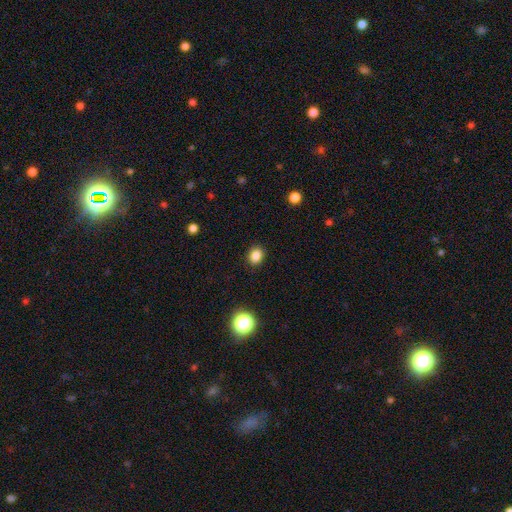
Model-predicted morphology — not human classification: Smooth or featured?
  - smooth: 85% *
  - star or artifact: 12%
  - featured or disk: 4%
How rounded?
  - round: 54% *
  - in between: 45%
  - cigar-shaped: 1%
Merging?
  - none: 90% *
  - minor disturbance: 7%
  - major disturbance: 2%
  - merger: 1%